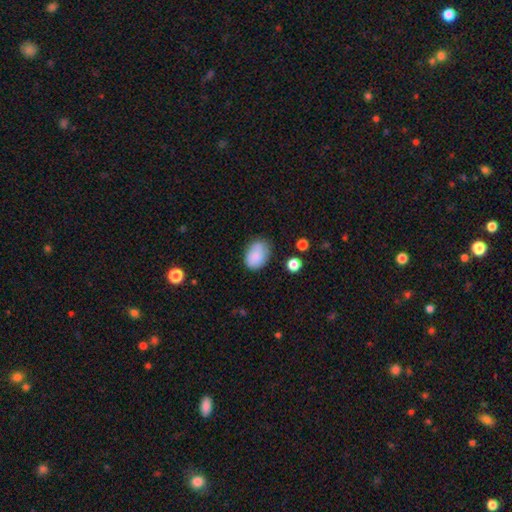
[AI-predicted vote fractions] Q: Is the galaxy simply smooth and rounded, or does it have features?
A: smooth — 85%.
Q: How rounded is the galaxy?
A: in between — 82%.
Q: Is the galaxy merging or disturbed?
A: none — 66%.